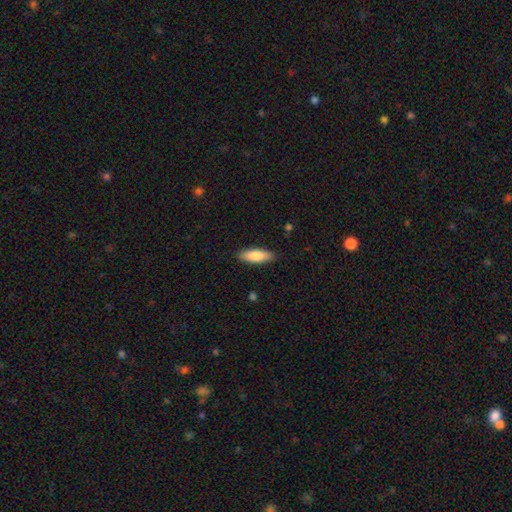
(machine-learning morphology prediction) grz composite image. It shows a smooth galaxy with no disk features (83%) that is in between round and cigar-shaped (58%). Merging: none (88%).